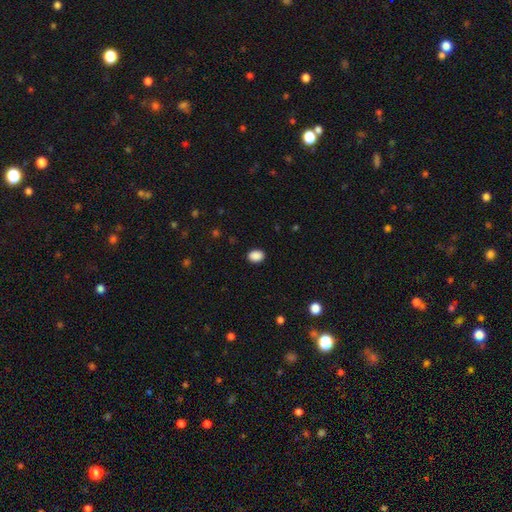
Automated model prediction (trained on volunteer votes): Q: Smooth or featured?
A: smooth (89%); runner-up: star or artifact (8%)
Q: How rounded?
A: in between (69%); runner-up: round (30%)
Q: Merging?
A: none (89%); runner-up: minor disturbance (8%)